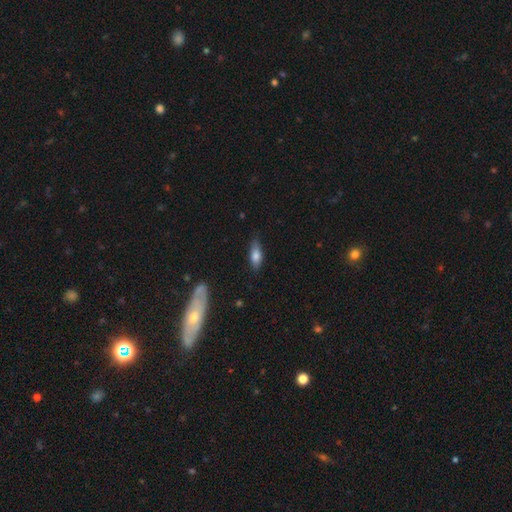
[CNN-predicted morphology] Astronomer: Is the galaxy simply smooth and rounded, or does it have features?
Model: smooth — 75%.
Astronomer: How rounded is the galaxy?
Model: in between — 69%.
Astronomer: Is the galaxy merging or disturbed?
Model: none — 76%.